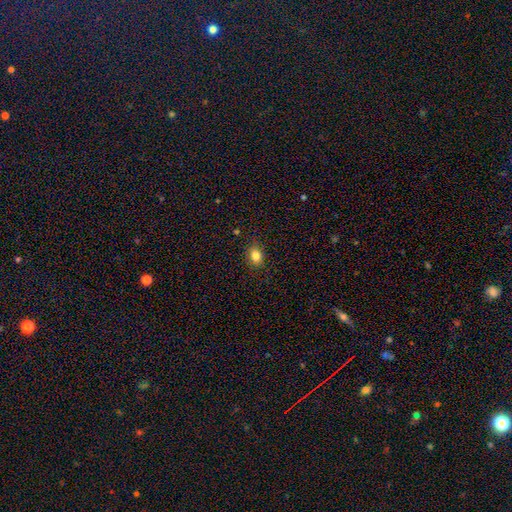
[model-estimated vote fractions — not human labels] Smooth or featured?
  - smooth: 83% *
  - star or artifact: 10%
  - featured or disk: 7%
How rounded?
  - in between: 68% *
  - round: 30%
  - cigar-shaped: 1%
Merging?
  - none: 87% *
  - minor disturbance: 10%
  - major disturbance: 2%
  - merger: 1%